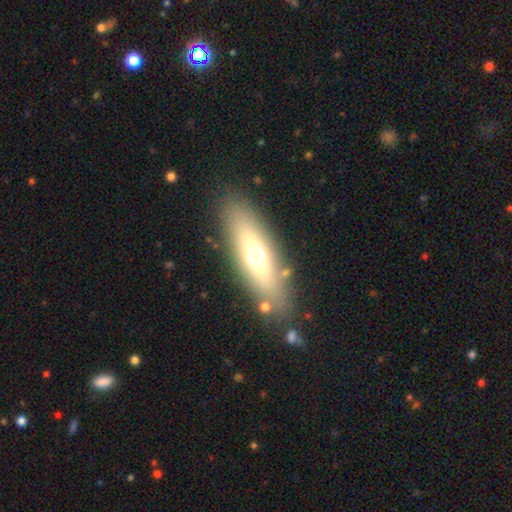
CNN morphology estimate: smooth-or-featured: smooth: 60% | featured or disk: 32% | star or artifact: 9%
  how-rounded: in between: 54% | cigar-shaped: 43% | round: 3%
  merging: none: 83% | minor disturbance: 10% | major disturbance: 4% | merger: 3%